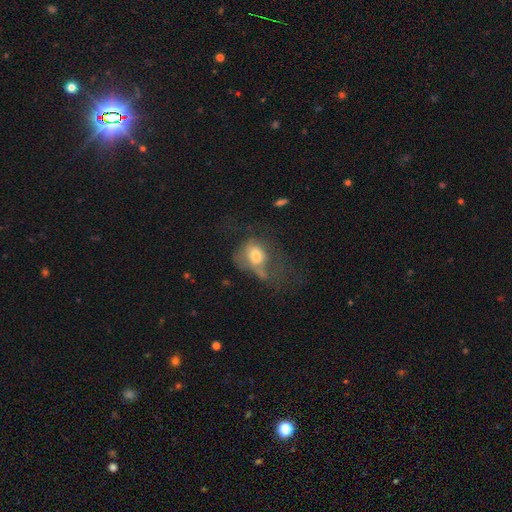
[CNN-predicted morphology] This is possibly a smooth galaxy (59%). How rounded: possibly in between (57%). Merging: possibly major disturbance (54%).